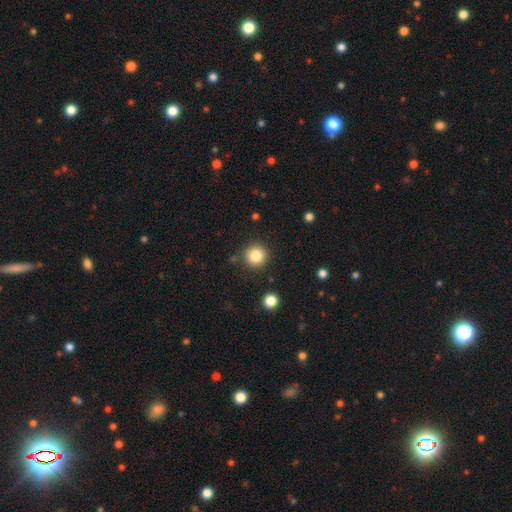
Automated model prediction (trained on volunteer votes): A smooth galaxy with no disk features (83%) that is round (94%).

Vote fractions:
- Smooth or featured? smooth: 83% / star or artifact: 11% / featured or disk: 6%
- How rounded? round: 94% / in between: 5% / cigar-shaped: 1%
- Merging? none: 88% / minor disturbance: 7% / merger: 3% / major disturbance: 3%